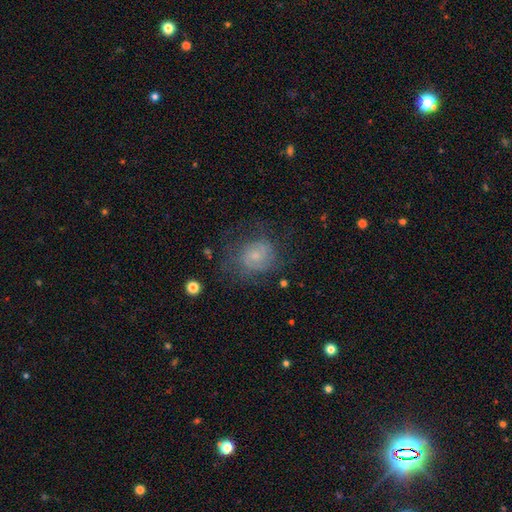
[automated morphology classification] Smooth or featured: featured or disk — 48% (smooth — 40%)
Merging: none — 56% (minor disturbance — 23%)